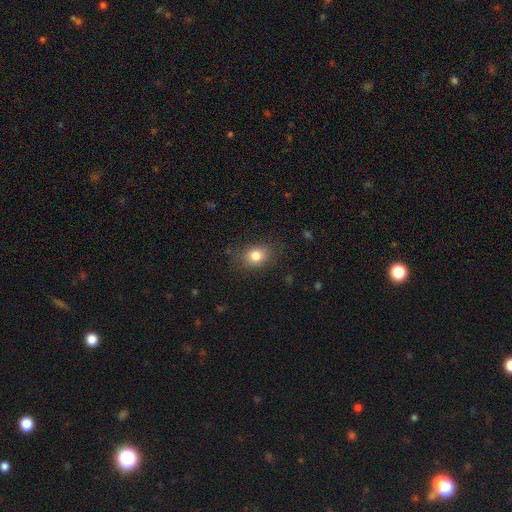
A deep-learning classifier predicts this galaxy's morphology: type=smooth (81%); roundness=in between (52%); merging=none (81%).